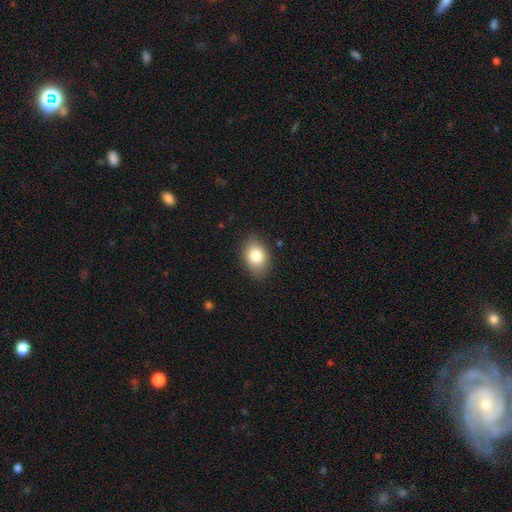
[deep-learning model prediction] This is clearly a smooth galaxy (83%). How rounded: likely in between (79%). Merging: clearly none (84%).